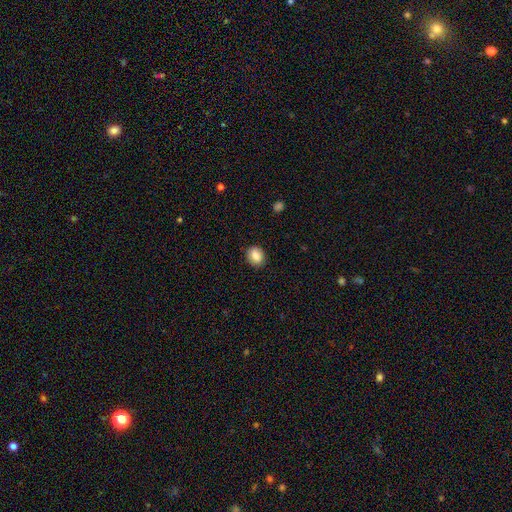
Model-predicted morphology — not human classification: smooth 86%, star or artifact 8%, featured or disk 6%. Down the decision tree: how rounded — in between (50%); merging — none (88%).